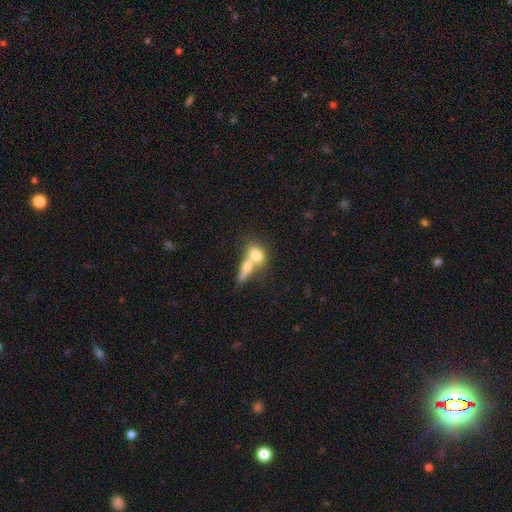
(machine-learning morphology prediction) Smooth or featured: smooth — 71% (featured or disk — 22%)
How rounded: in between — 61% (round — 26%)
Merging: merger — 67% (none — 21%)